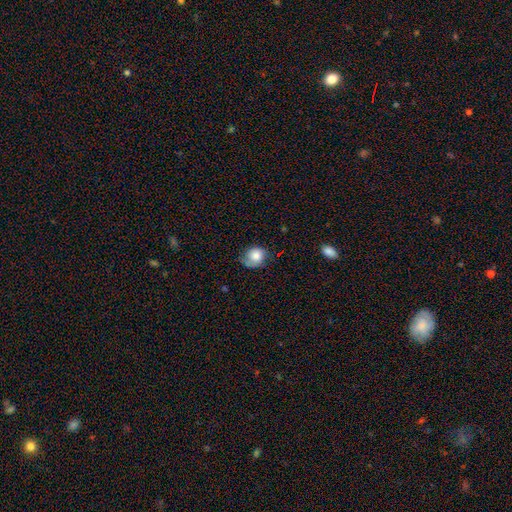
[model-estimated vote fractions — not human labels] Morphology: type=smooth (76%); roundness=round (67%); merging=none (51%).